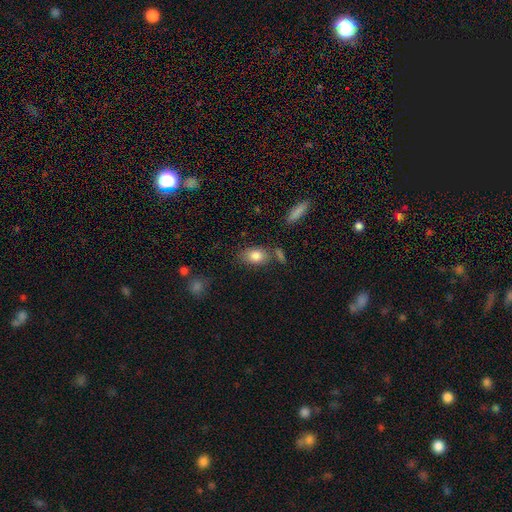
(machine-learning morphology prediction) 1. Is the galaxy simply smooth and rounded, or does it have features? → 81% smooth, 11% featured or disk, 8% star or artifact.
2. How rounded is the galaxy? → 84% in between, 13% round, 3% cigar-shaped.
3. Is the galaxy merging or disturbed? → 71% none, 16% minor disturbance, 9% merger, 4% major disturbance.